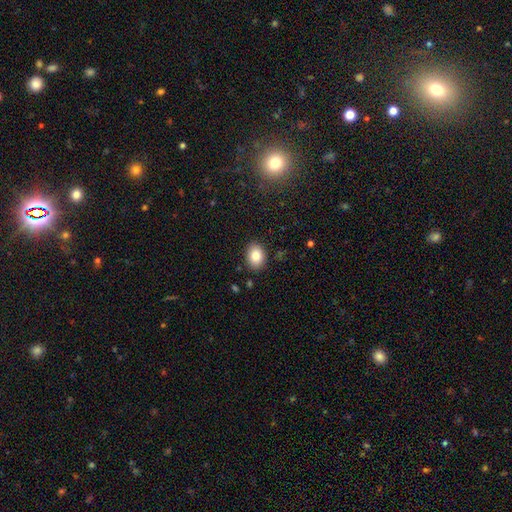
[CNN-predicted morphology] smooth 84%, star or artifact 8%, featured or disk 8%. Down the decision tree: how rounded — in between (72%); merging — none (88%).